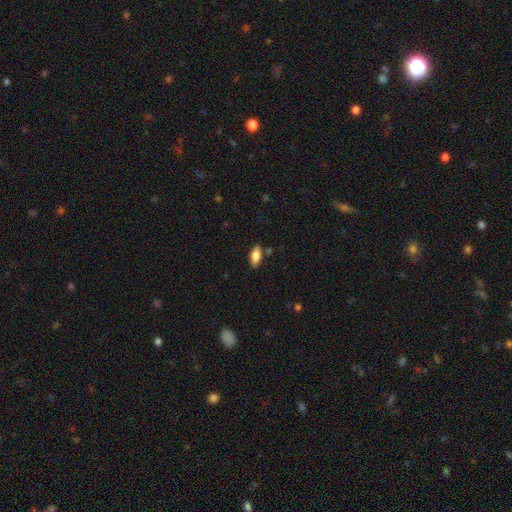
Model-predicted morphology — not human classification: Smooth or featured: smooth — 82% (featured or disk — 11%)
How rounded: in between — 86% (cigar-shaped — 12%)
Merging: none — 84% (minor disturbance — 11%)